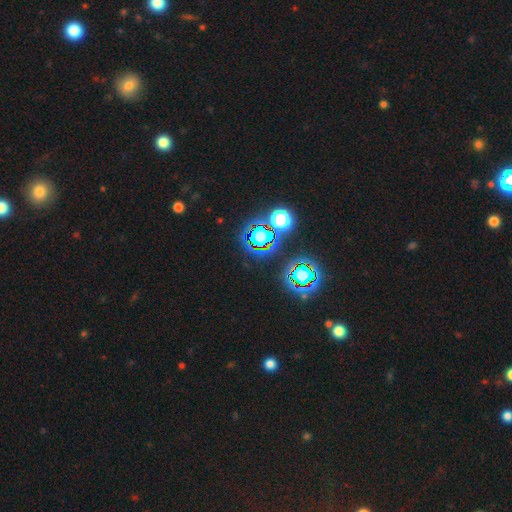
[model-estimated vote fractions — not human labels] Smooth or featured?
  - star or artifact: 80% *
  - smooth: 13%
  - featured or disk: 7%